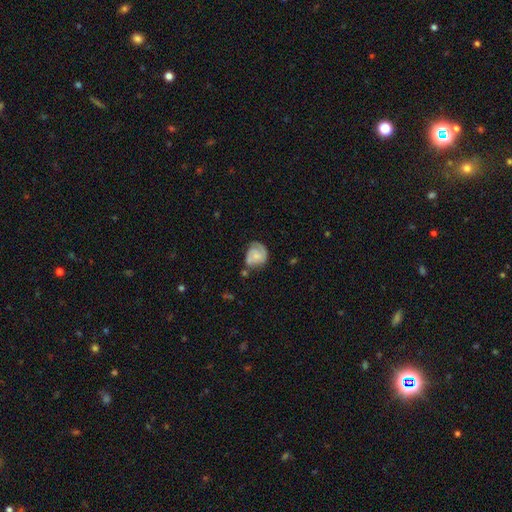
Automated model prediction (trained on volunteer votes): Smooth or featured? featured or disk (59%)
Edge-on disk? no (97%)
Bar? no (69%)
Spiral arms? yes (87%)
Spiral winding? tight (50%)
Spiral arm count? 2 (49%)
Bulge size? small (55%)
Merging? none (48%)